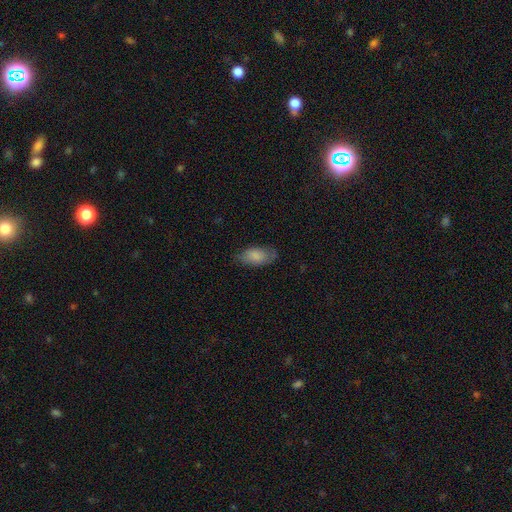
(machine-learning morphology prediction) The model was most divided on "merging": none: 70%, minor disturbance: 23%, major disturbance: 6%, merger: 1%. More confident: how rounded — in between (92%); smooth or featured — smooth (81%).